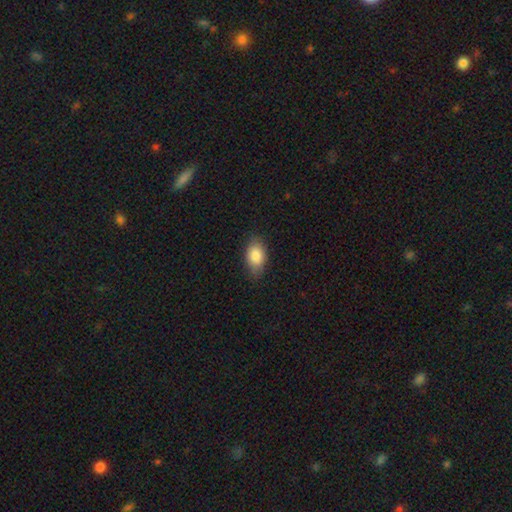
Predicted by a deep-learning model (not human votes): Smooth or featured? smooth (86%)
How rounded? in between (91%)
Merging? none (80%)